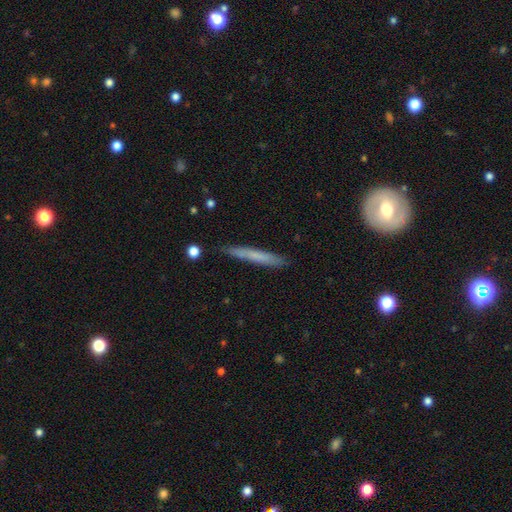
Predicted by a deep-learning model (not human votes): smooth_or_featured: smooth (p=0.63) [alt: featured or disk p=0.31]
how_rounded: cigar-shaped (p=0.96) [alt: in between p=0.03]
merging: none (p=0.87) [alt: minor disturbance p=0.10]